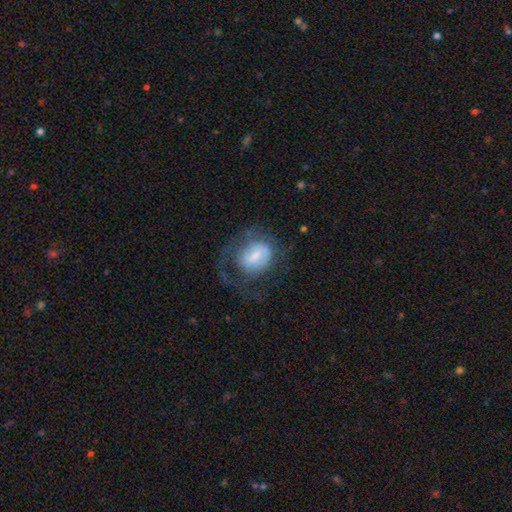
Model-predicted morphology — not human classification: This is possibly a featured or disk galaxy (51%). It is clearly not viewed edge-on (96%). Merging: marginally major disturbance (39%, tied with none).